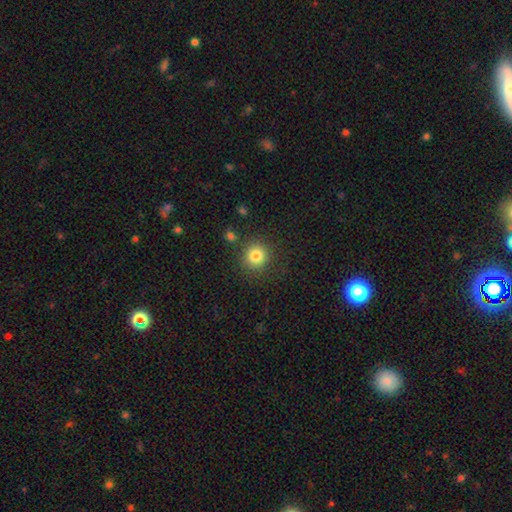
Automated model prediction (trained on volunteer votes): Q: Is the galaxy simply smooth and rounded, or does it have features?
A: smooth — 83%.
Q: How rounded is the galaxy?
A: round — 91%.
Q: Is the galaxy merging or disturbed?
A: none — 85%.